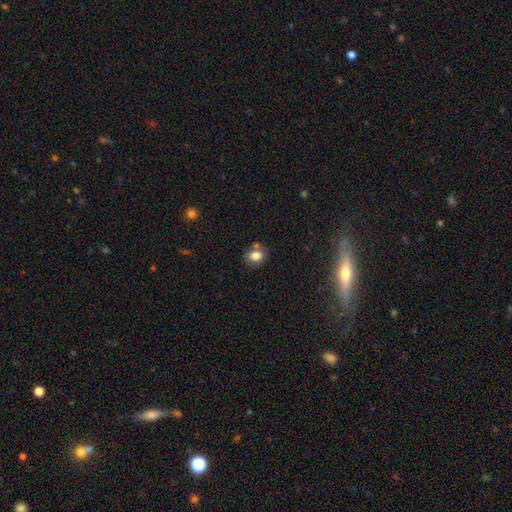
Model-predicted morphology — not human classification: A smooth galaxy with no disk features (79%) that is round (50%). Merging: none (64%).